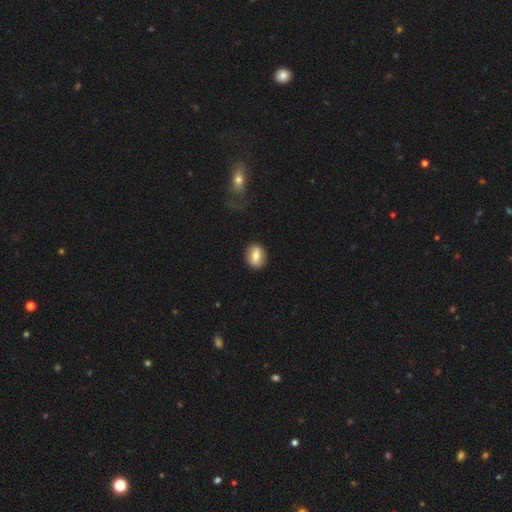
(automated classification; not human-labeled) A smooth galaxy with no disk features (68%) that is in between round and cigar-shaped (56%). Merging: none (86%).